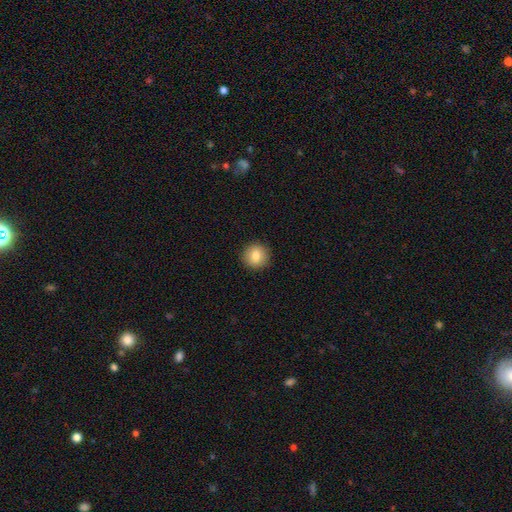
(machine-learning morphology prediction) Smooth or featured?
  - smooth: 82% *
  - featured or disk: 9%
  - star or artifact: 9%
How rounded?
  - round: 92% *
  - in between: 7%
  - cigar-shaped: 1%
Merging?
  - none: 92% *
  - minor disturbance: 5%
  - major disturbance: 2%
  - merger: 1%